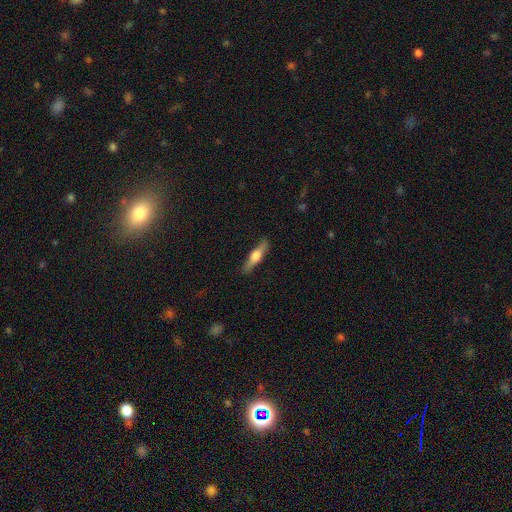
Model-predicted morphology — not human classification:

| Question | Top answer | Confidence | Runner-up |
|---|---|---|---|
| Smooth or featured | featured or disk | 48% | smooth (46%) |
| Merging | none | 87% | minor disturbance (10%) |